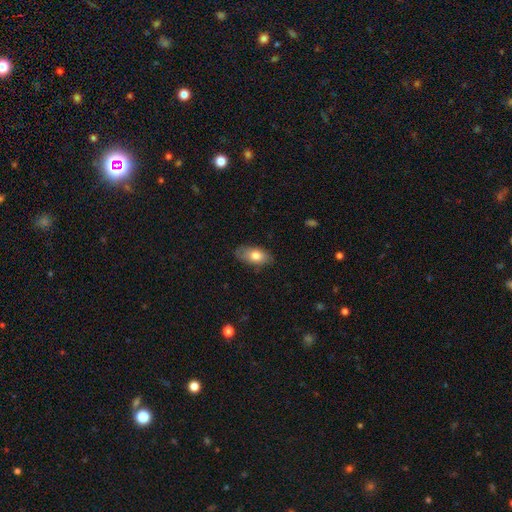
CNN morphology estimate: smooth 74%, featured or disk 20%, star or artifact 7%. Down the decision tree: how rounded — in between (90%); merging — none (75%).